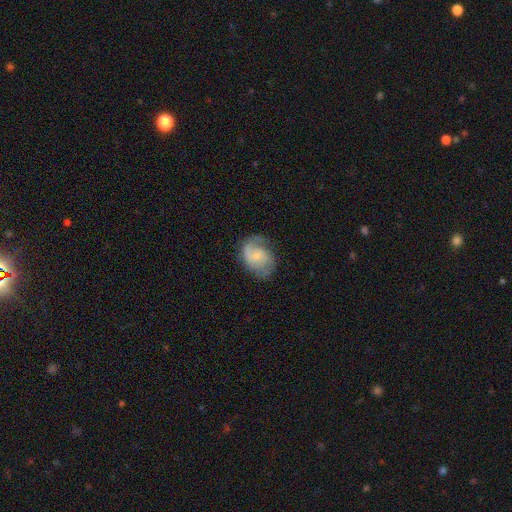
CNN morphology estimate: smooth-or-featured: featured or disk: 68% | smooth: 26% | star or artifact: 6%
  disk-edge-on: no: 98% | yes: 2%
    bar: no: 56% | weak: 39% | strong: 5%
    has-spiral-arms: yes: 92% | no: 8%
      spiral-winding: medium: 46% | loose: 31% | tight: 23%
      spiral-arm-count: 2: 67% | 1: 18% | can't tell: 10% | 3: 3% | 4: 1% | more than 4: 1%
    bulge-size: small: 53% | moderate: 27% | none: 16% | large: 3% | dominant: 1%
  merging: none: 61% | minor disturbance: 23% | major disturbance: 14% | merger: 1%